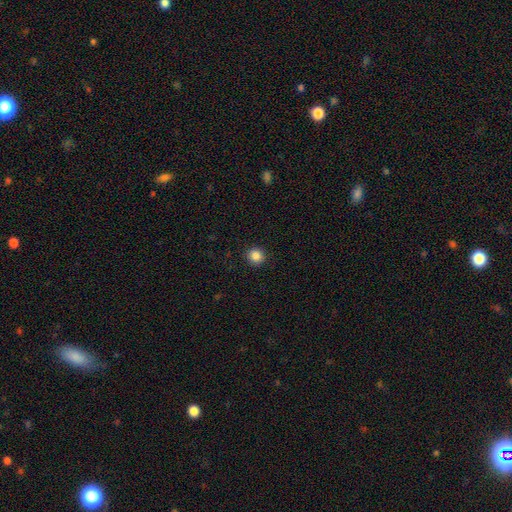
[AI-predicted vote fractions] Smooth or featured?
  - smooth: 86% *
  - star or artifact: 10%
  - featured or disk: 4%
How rounded?
  - round: 92% *
  - in between: 7%
  - cigar-shaped: 1%
Merging?
  - none: 92% *
  - minor disturbance: 5%
  - major disturbance: 2%
  - merger: 1%